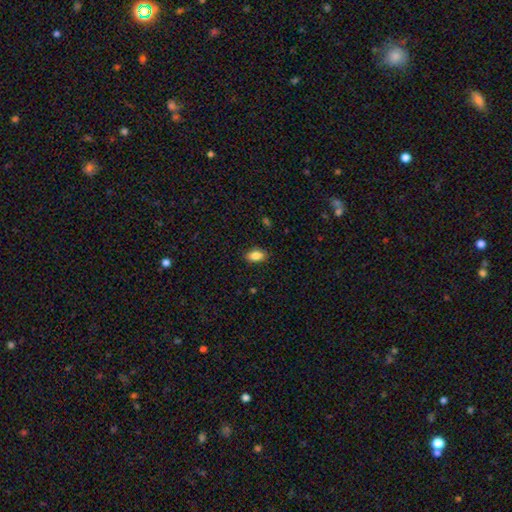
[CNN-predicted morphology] A smooth galaxy with no disk features (86%) that is in between round and cigar-shaped (89%). Merging: none (88%).